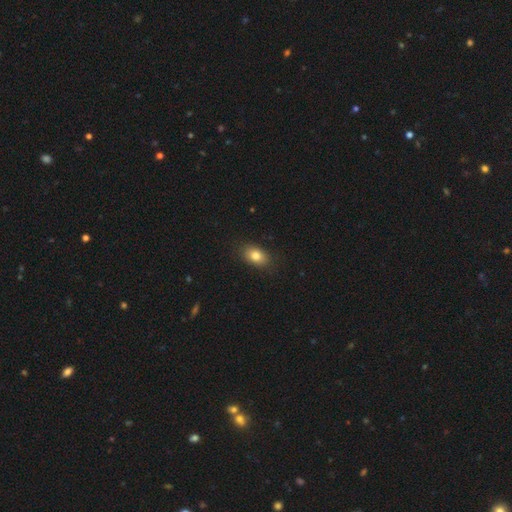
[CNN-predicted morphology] This is clearly a smooth galaxy (82%). How rounded: clearly in between (82%). Merging: clearly none (86%).